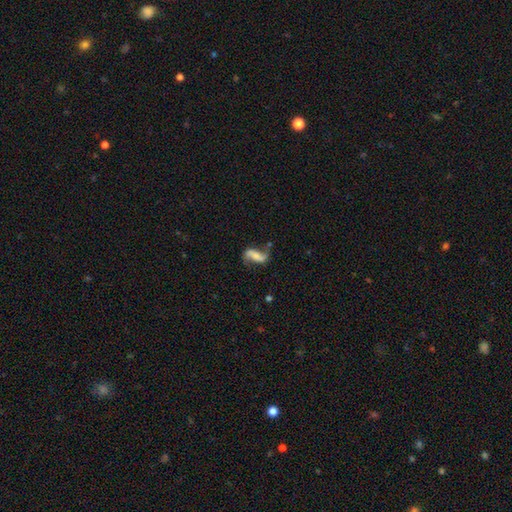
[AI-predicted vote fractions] This is likely a featured or disk galaxy (64%). It is clearly not viewed edge-on (94%). Bar: marginally strong (37%). Spiral arm pattern: clearly yes (89%). Spiral arm count: clearly 2 (88%). Spiral winding: likely loose (76%). Central bulge: marginally none (43%). Merging: possibly none (55%).